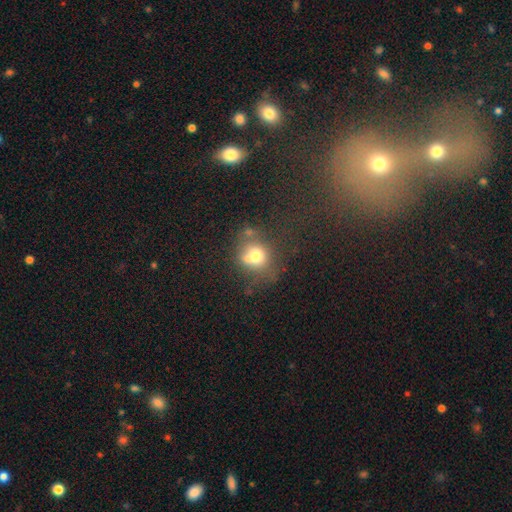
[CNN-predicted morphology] Smooth or featured? smooth (68%)
How rounded? round (74%)
Merging? none (46%)